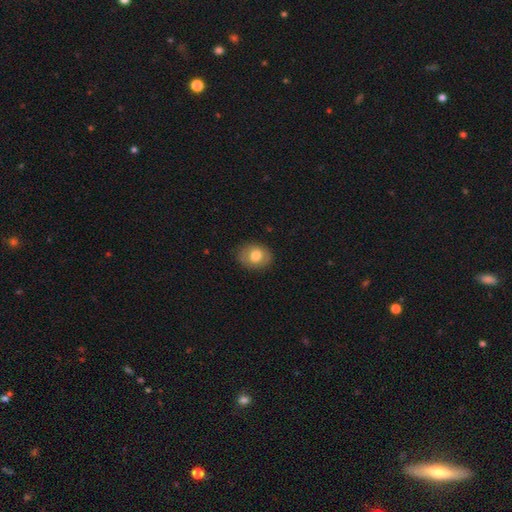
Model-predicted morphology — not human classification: This appears to be a smooth galaxy with no disk features (74%) that is in between round and cigar-shaped (55%). Merging: none (84%).